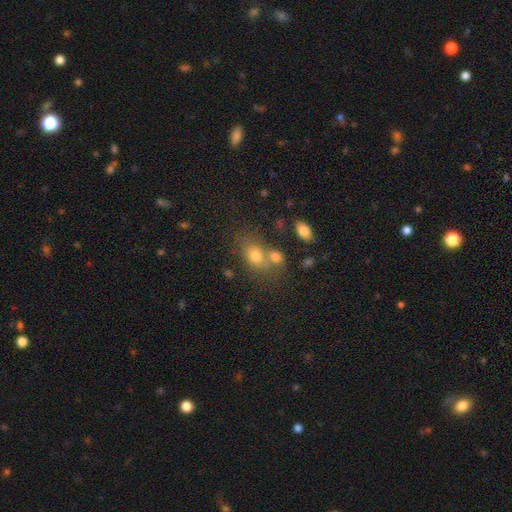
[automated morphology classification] This appears to be a smooth galaxy with no disk features (72%) that is in between round and cigar-shaped (67%). Merging: none (45%).